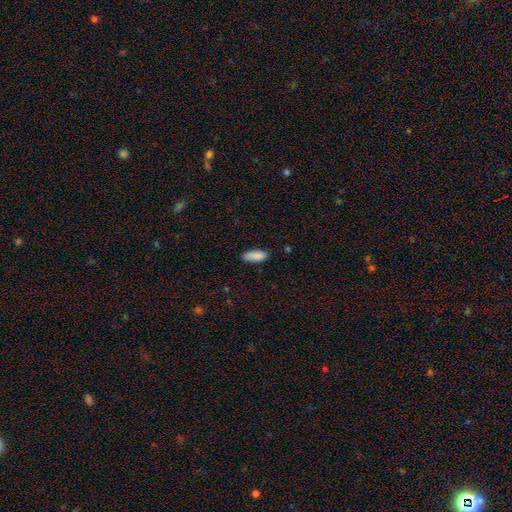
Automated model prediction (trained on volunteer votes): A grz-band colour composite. It shows a smooth galaxy with no disk features (89%) that is in between round and cigar-shaped (70%). Merging: none (83%).